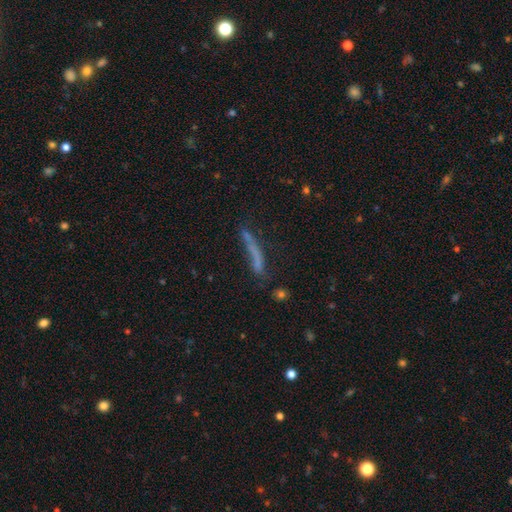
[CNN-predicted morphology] This is possibly a smooth galaxy (56%). How rounded: clearly cigar-shaped (90%). Merging: possibly none (51%).